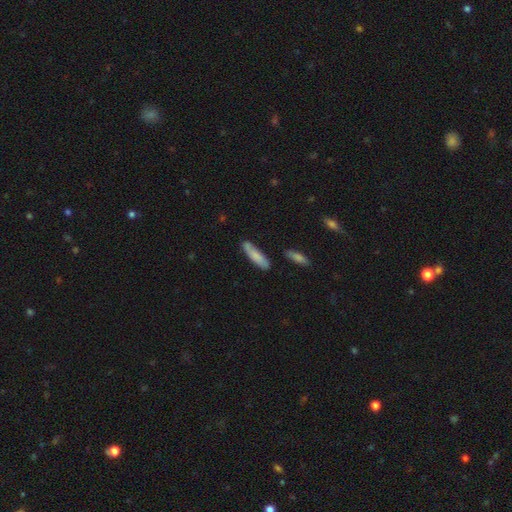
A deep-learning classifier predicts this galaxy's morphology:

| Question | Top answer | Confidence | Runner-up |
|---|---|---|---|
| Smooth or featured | smooth | 78% | featured or disk (15%) |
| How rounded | cigar-shaped | 72% | in between (26%) |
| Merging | none | 72% | minor disturbance (18%) |